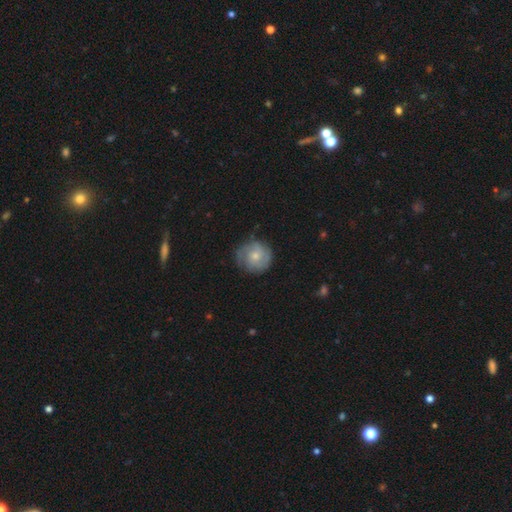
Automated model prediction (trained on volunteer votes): A featured or disk galaxy (51%). Merging: none (75%).